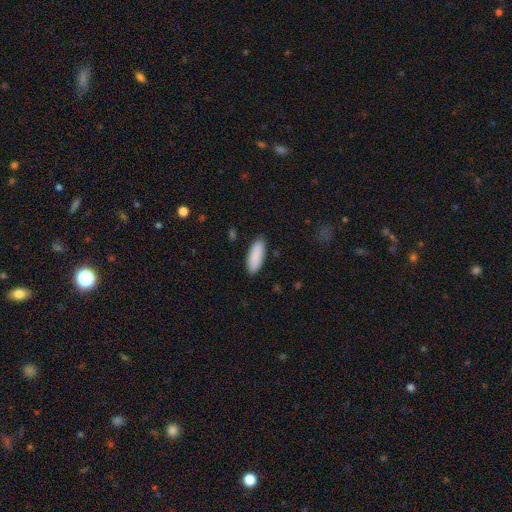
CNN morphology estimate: This appears to be a smooth galaxy with no disk features (90%) that is in between round and cigar-shaped (73%). Merging: none (87%).